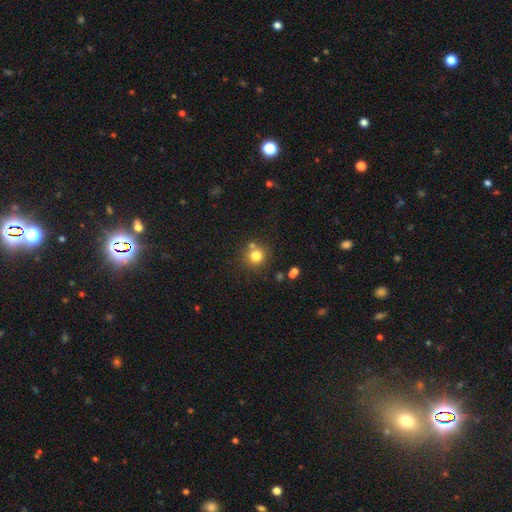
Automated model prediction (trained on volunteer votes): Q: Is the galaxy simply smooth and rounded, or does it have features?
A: smooth — 77%.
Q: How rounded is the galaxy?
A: round — 92%.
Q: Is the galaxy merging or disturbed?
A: none — 73%.